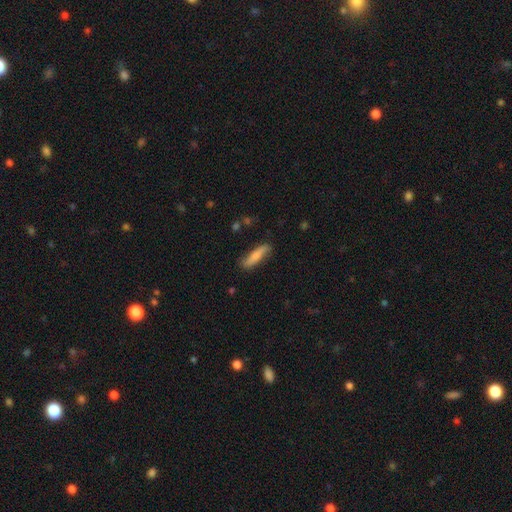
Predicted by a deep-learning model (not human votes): Smooth or featured?
  - smooth: 73% *
  - featured or disk: 22%
  - star or artifact: 5%
How rounded?
  - cigar-shaped: 76% *
  - in between: 22%
  - round: 2%
Merging?
  - none: 81% *
  - minor disturbance: 15%
  - major disturbance: 3%
  - merger: 2%